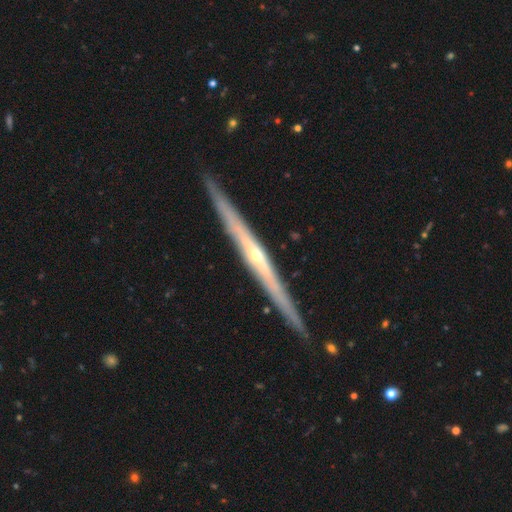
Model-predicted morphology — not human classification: The model was most divided on "edge-on bulge": rounded: 66%, none: 30%, boxy: 4%. More confident: edge-on disk — yes (98%); merging — none (91%); smooth or featured — featured or disk (84%).